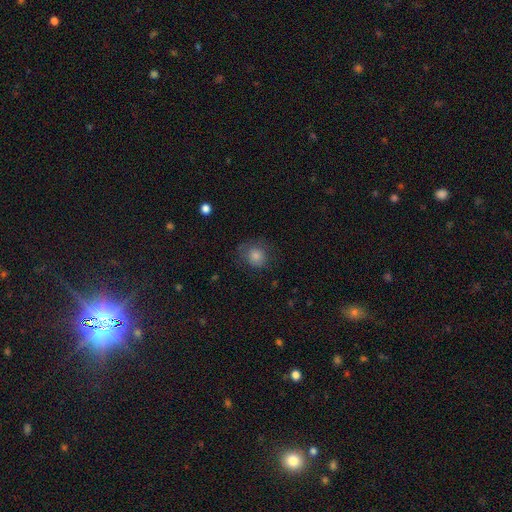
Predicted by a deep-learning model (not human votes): smooth-or-featured: smooth: 74% | star or artifact: 13% | featured or disk: 13%
  how-rounded: round: 81% | in between: 18% | cigar-shaped: 1%
  merging: none: 71% | minor disturbance: 19% | major disturbance: 9% | merger: 1%